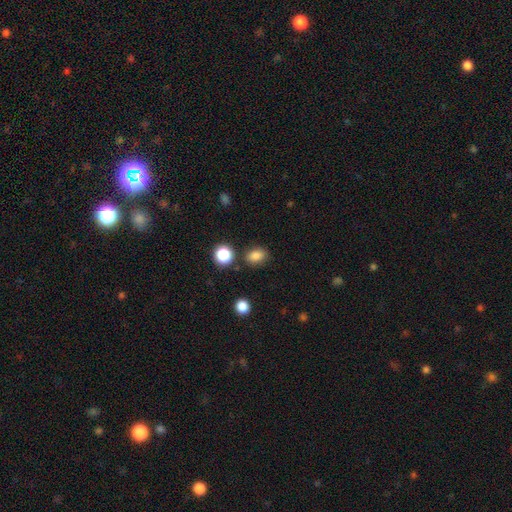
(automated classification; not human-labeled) Smooth or featured?
  - smooth: 84% *
  - star or artifact: 12%
  - featured or disk: 4%
How rounded?
  - in between: 68% *
  - round: 30%
  - cigar-shaped: 1%
Merging?
  - none: 80% *
  - minor disturbance: 12%
  - merger: 5%
  - major disturbance: 3%